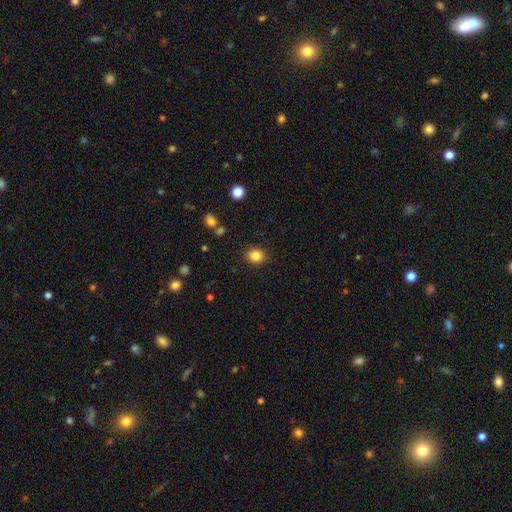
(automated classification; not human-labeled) This is clearly a smooth galaxy (84%). How rounded: likely round (63%). Merging: clearly none (88%).